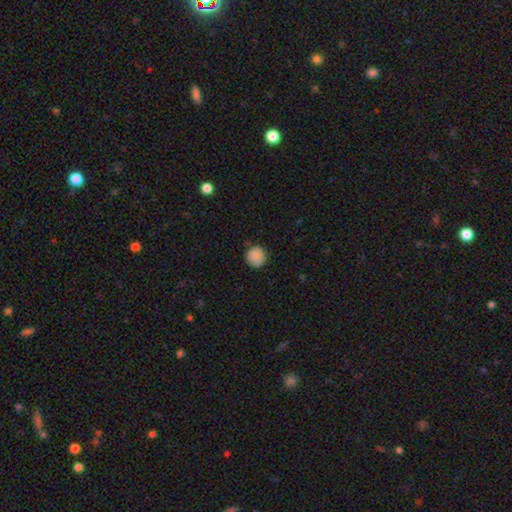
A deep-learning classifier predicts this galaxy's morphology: A smooth galaxy with no disk features (86%) that is round (93%). Merging: none (86%).